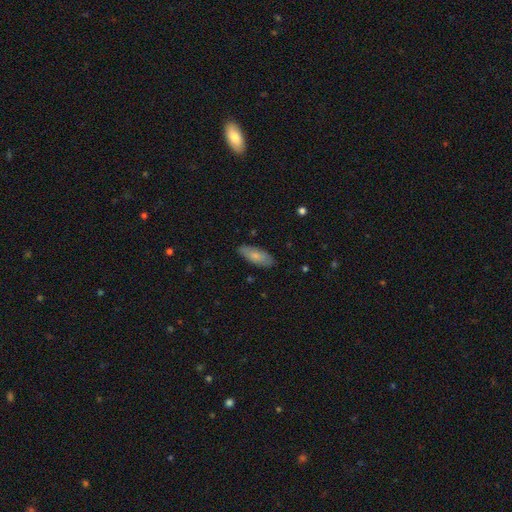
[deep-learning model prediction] Smooth or featured: smooth — 76% (featured or disk — 19%)
How rounded: in between — 80% (cigar-shaped — 17%)
Merging: none — 84% (minor disturbance — 13%)